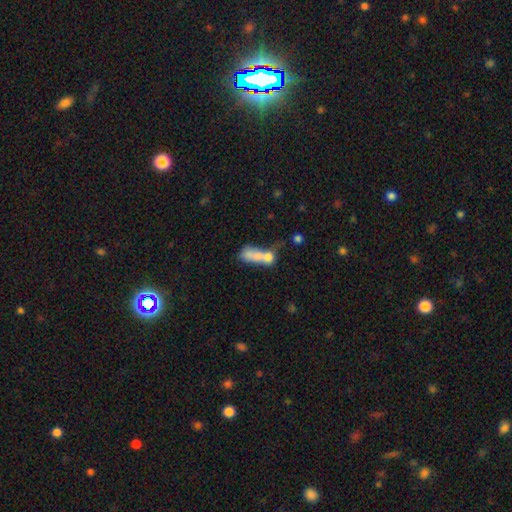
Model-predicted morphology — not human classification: type=smooth (66%); roundness=in between (63%); merging=merger (65%).